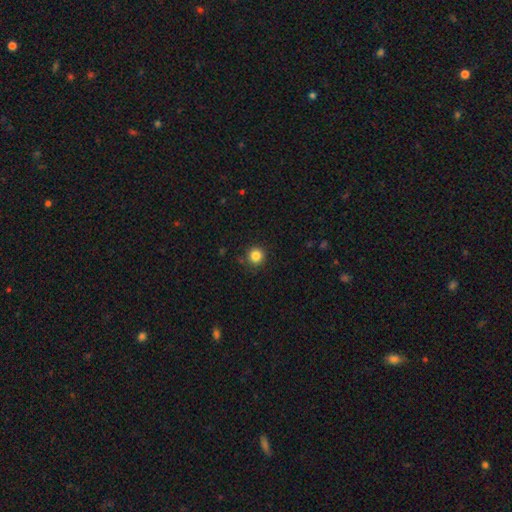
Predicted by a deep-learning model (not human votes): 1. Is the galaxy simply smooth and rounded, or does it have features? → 84% smooth, 11% star or artifact, 4% featured or disk.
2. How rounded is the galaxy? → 94% round, 5% in between, 1% cigar-shaped.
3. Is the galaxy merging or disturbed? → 89% none, 8% minor disturbance, 2% major disturbance, 2% merger.